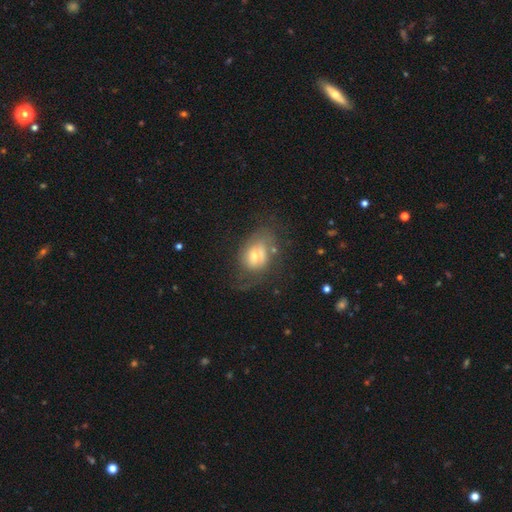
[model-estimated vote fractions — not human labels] Smooth or featured? Predicted: smooth (p=0.50). How rounded? Predicted: in between (p=0.71). Merging? Predicted: none (p=0.48).